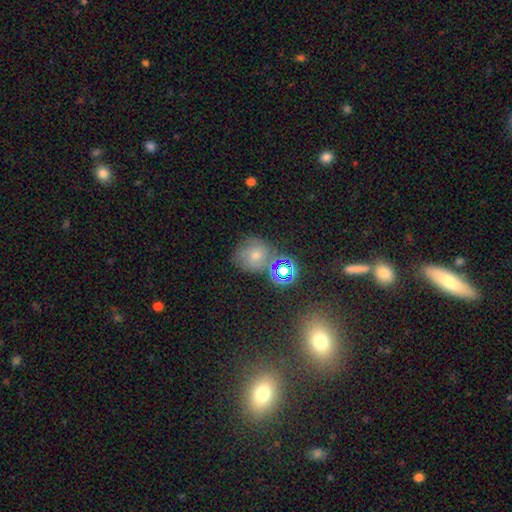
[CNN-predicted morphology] type=smooth (52%); roundness=round (79%); merging=none (56%).